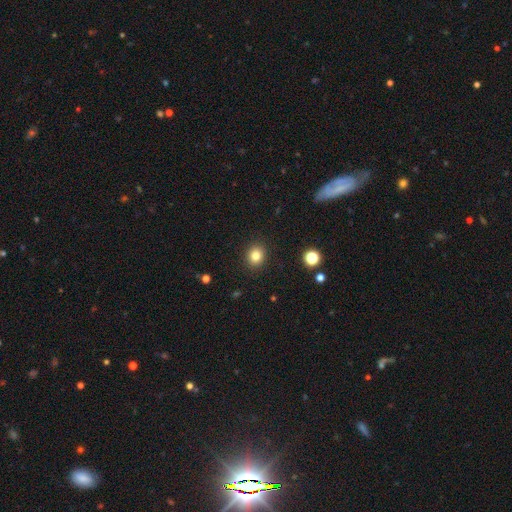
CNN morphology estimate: smooth_or_featured: smooth (p=0.81) [alt: star or artifact p=0.12]
how_rounded: round (p=0.73) [alt: in between p=0.26]
merging: none (p=0.91) [alt: minor disturbance p=0.06]